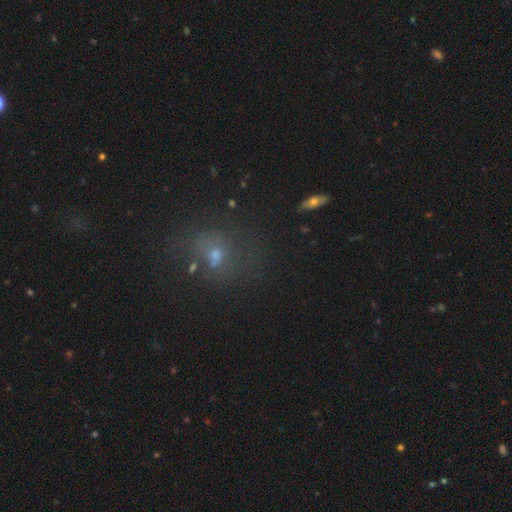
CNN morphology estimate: This is marginally a smooth galaxy (45%). Merging: likely none (73%).